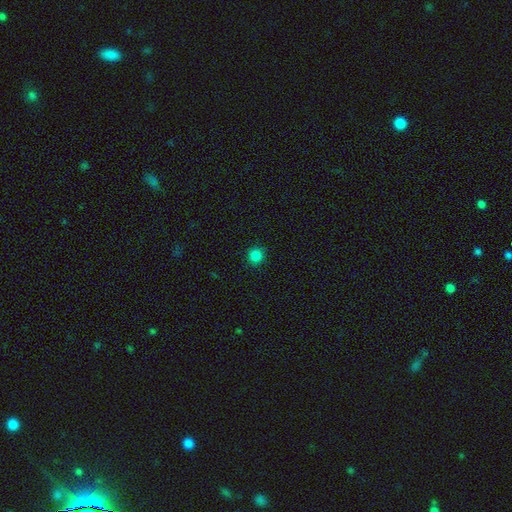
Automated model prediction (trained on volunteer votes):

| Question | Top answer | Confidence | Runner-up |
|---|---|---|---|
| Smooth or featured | smooth | 84% | star or artifact (13%) |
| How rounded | round | 94% | in between (5%) |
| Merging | none | 92% | minor disturbance (5%) |